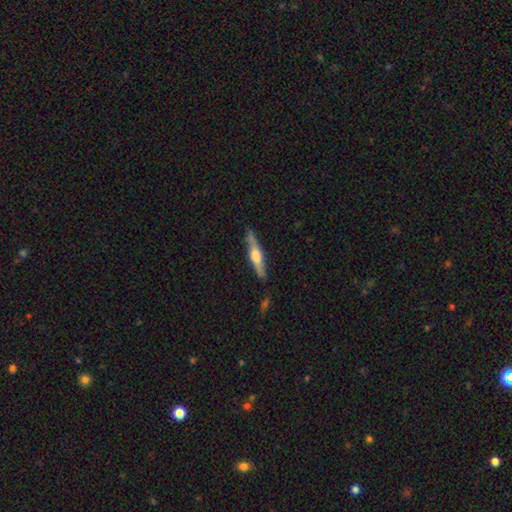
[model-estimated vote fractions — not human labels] A featured or disk galaxy (60%) viewed edge-on (94%) with a rounded central bulge (84%). Merging: none (82%).